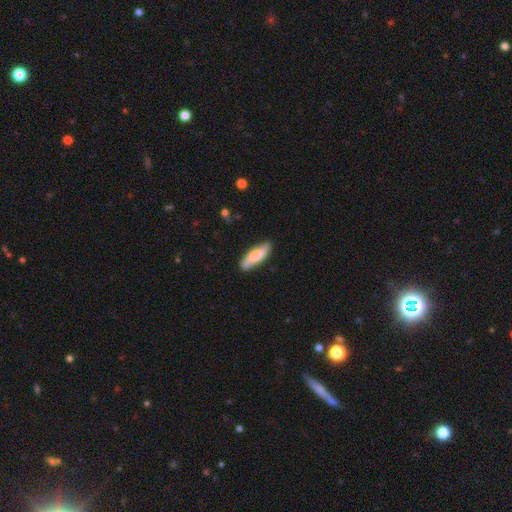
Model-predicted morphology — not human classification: Overall: smooth (63%; featured or disk 32%). How rounded: in between (52%; cigar-shaped 46%). Merging: none (85%).